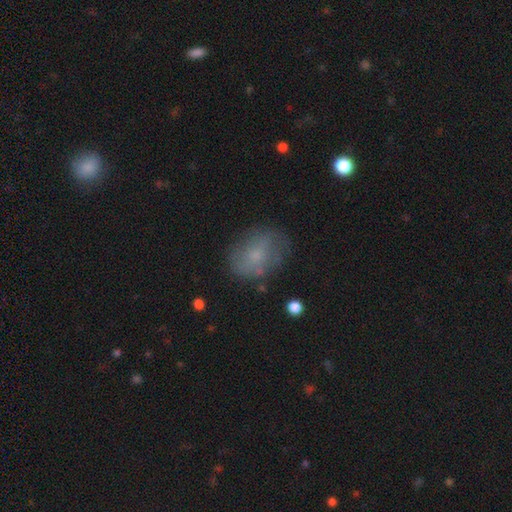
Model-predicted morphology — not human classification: Smooth or featured?
  - smooth: 60% *
  - featured or disk: 30%
  - star or artifact: 10%
How rounded?
  - in between: 69% *
  - round: 29%
  - cigar-shaped: 1%
Merging?
  - none: 67% *
  - minor disturbance: 21%
  - major disturbance: 9%
  - merger: 2%